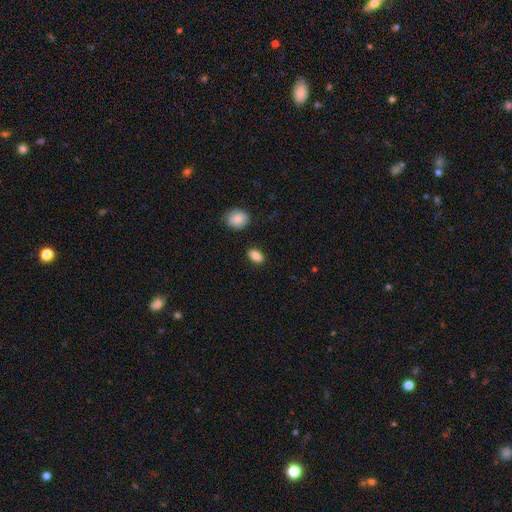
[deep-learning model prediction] smooth 86%, star or artifact 8%, featured or disk 6%. Down the decision tree: how rounded — in between (88%); merging — none (87%).